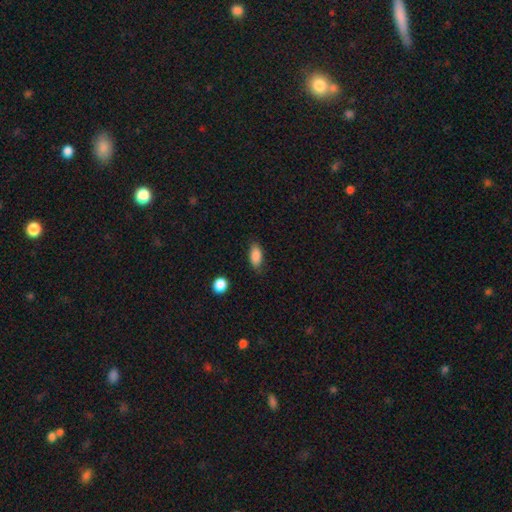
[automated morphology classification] The model was most divided on "merging": none: 80%, minor disturbance: 15%, major disturbance: 3%, merger: 1%. More confident: how rounded — in between (89%); smooth or featured — smooth (87%).